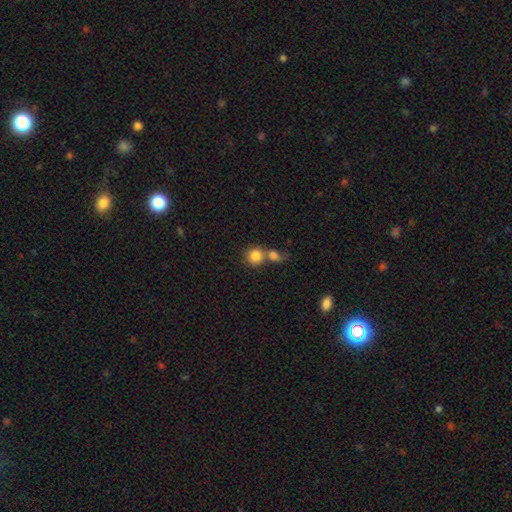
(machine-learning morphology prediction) A smooth galaxy with no disk features (83%) that is round (86%). Merging: merger (51%).